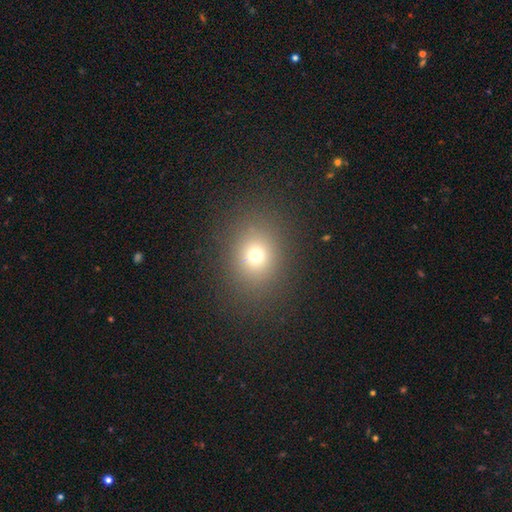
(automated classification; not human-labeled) Smooth or featured? Predicted: smooth (p=0.70). How rounded? Predicted: round (p=0.64). Merging? Predicted: none (p=0.85).